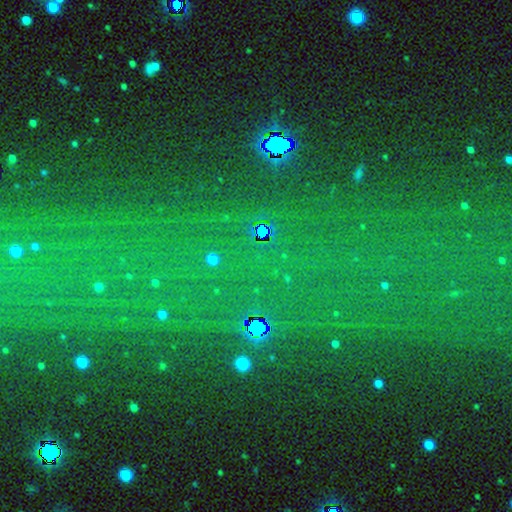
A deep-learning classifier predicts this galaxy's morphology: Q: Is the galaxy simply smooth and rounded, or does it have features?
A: star or artifact — 80%.